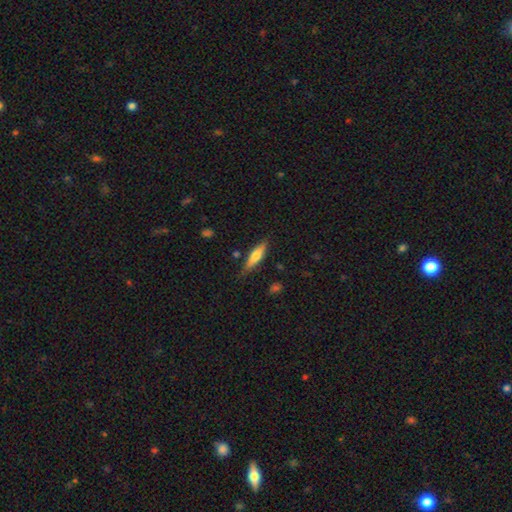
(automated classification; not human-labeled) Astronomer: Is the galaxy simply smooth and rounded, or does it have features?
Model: smooth — 62%.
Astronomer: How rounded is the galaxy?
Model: cigar-shaped — 71%.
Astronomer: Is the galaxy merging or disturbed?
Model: none — 80%.